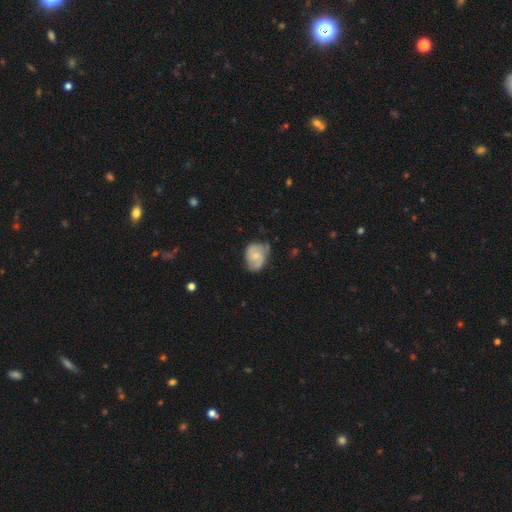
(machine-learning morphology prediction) This appears to be a featured or disk galaxy (57%) with no bar (61%), spiral arms (83%) and a small central bulge (52%). Merging: none (55%).